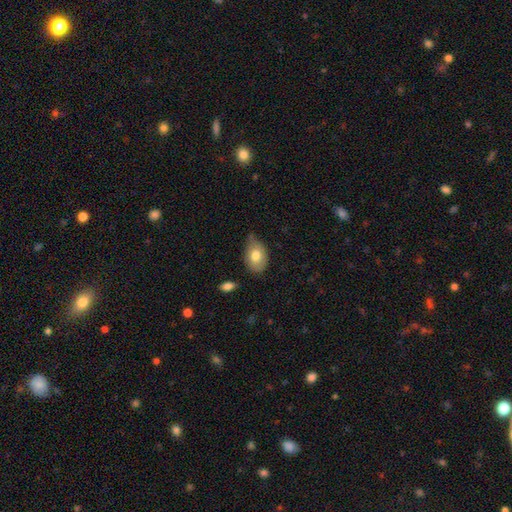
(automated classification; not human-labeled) Morphology: type=smooth (76%); roundness=in between (82%); merging=none (54%).